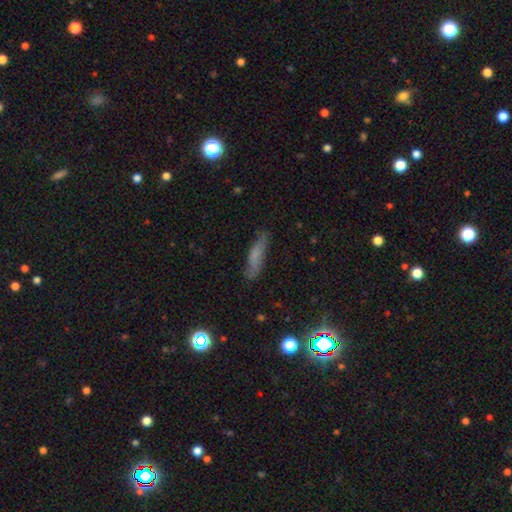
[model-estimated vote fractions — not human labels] smooth 63%, featured or disk 25%, star or artifact 12%. Down the decision tree: how rounded — cigar-shaped (76%); merging — none (74%).